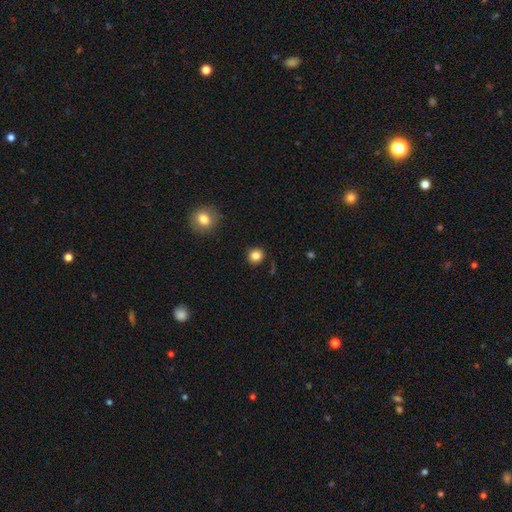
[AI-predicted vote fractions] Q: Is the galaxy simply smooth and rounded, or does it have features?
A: smooth — 84%.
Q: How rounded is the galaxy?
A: round — 90%.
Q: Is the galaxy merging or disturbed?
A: none — 89%.